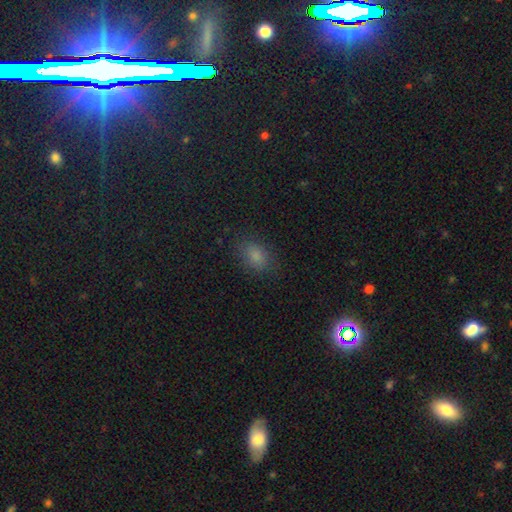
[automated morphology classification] This is likely a smooth galaxy (80%). How rounded: clearly in between (82%). Merging: clearly none (80%).